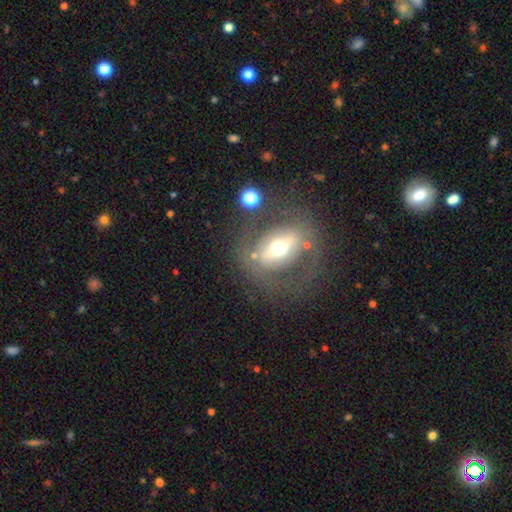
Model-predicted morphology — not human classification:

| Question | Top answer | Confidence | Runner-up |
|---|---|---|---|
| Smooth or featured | featured or disk | 60% | smooth (31%) |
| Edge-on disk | no | 84% | yes (16%) |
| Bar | strong | 49% | no (27%) |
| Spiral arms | no | 77% | yes (23%) |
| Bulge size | moderate | 68% | small (15%) |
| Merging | none | 67% | minor disturbance (15%) |